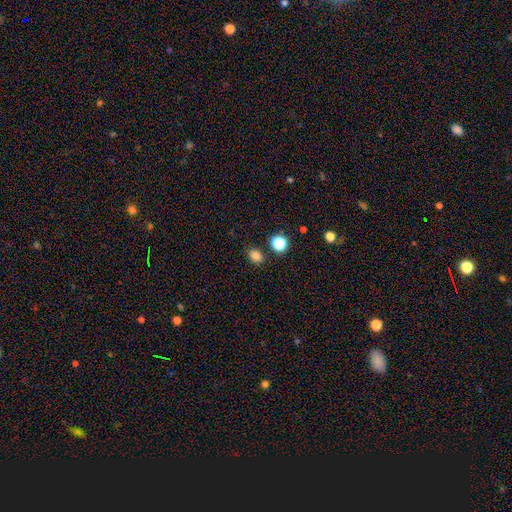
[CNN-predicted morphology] Smooth or featured?
  - smooth: 81% *
  - star or artifact: 15%
  - featured or disk: 4%
How rounded?
  - round: 54% *
  - in between: 45%
  - cigar-shaped: 1%
Merging?
  - none: 84% *
  - minor disturbance: 9%
  - merger: 5%
  - major disturbance: 3%